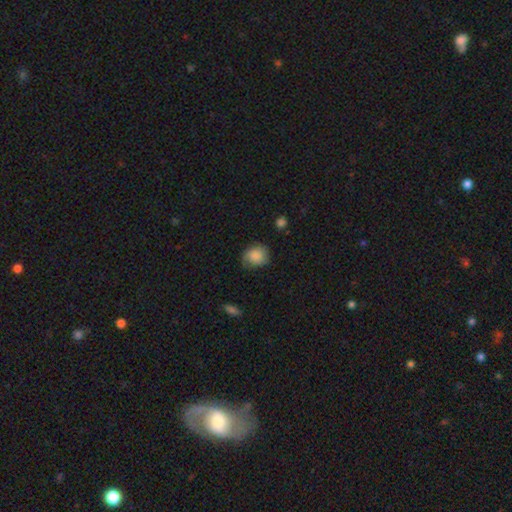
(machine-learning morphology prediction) The model was most divided on "how rounded": round: 66%, in between: 33%, cigar-shaped: 1%. More confident: smooth or featured — smooth (82%); merging — none (66%).